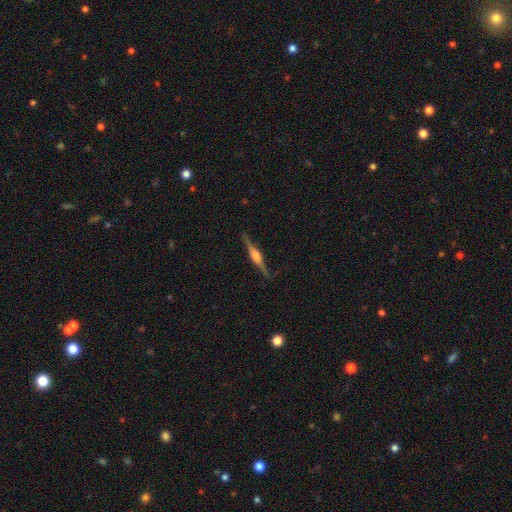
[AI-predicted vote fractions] Morphology: type=featured or disk (81%); edge-on=yes (98%); edge-on bulge=rounded (82%); merging=none (88%).